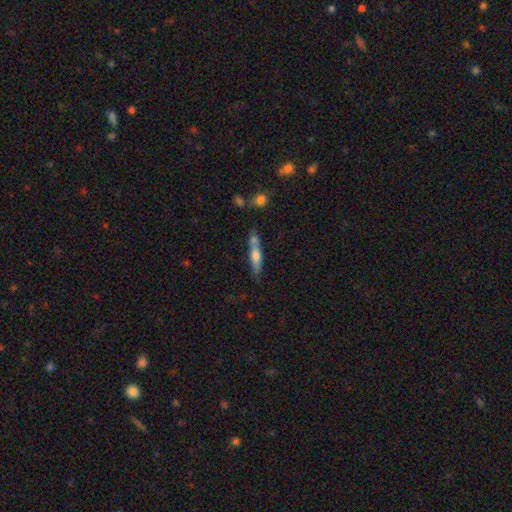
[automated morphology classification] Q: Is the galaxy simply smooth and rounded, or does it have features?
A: smooth — 56%.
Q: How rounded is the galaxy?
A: cigar-shaped — 77%.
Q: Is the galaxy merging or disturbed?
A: none — 54%.